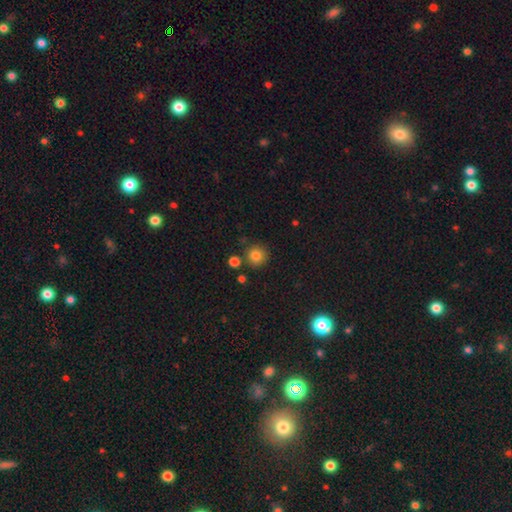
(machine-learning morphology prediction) This is clearly a smooth galaxy (81%). How rounded: clearly round (93%). Merging: clearly none (82%).